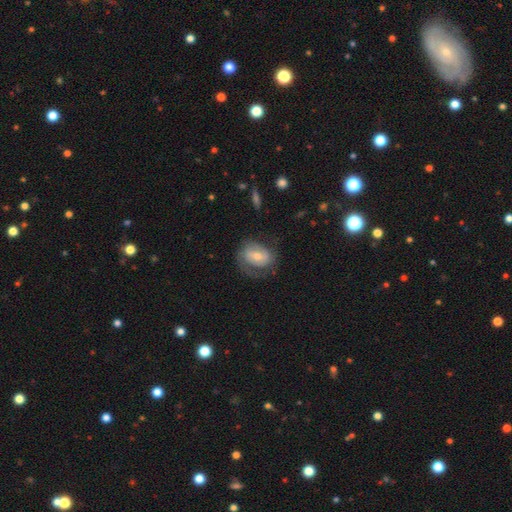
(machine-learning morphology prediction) Smooth or featured?
  - featured or disk: 63% *
  - smooth: 29%
  - star or artifact: 8%
Edge-on disk?
  - no: 96% *
  - yes: 4%
Bar?
  - no: 44% *
  - weak: 39%
  - strong: 17%
Spiral arms?
  - yes: 79% *
  - no: 21%
Bulge size?
  - moderate: 49% *
  - small: 44%
  - large: 4%
  - none: 2%
  - dominant: 1%
Merging?
  - none: 58% *
  - minor disturbance: 22%
  - major disturbance: 19%
  - merger: 2%